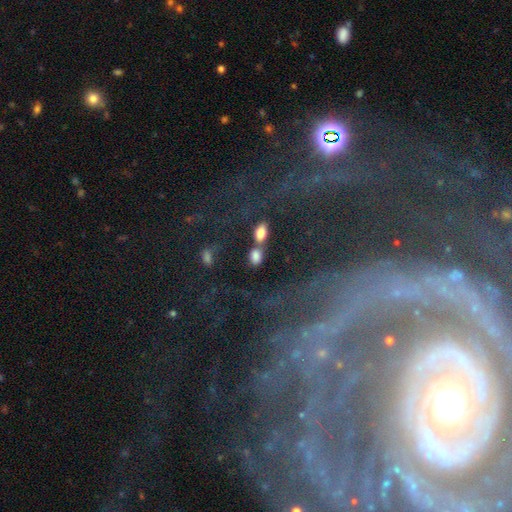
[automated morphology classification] smooth_or_featured: smooth (p=0.79) [alt: star or artifact p=0.12]
how_rounded: in between (p=0.68) [alt: round p=0.28]
merging: none (p=0.44) [alt: merger p=0.38]